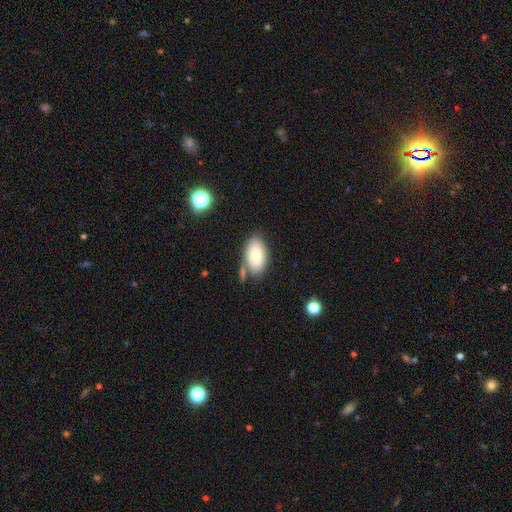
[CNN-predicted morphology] Overall: smooth (79%). How rounded: in between (94%). Merging: none (66%).